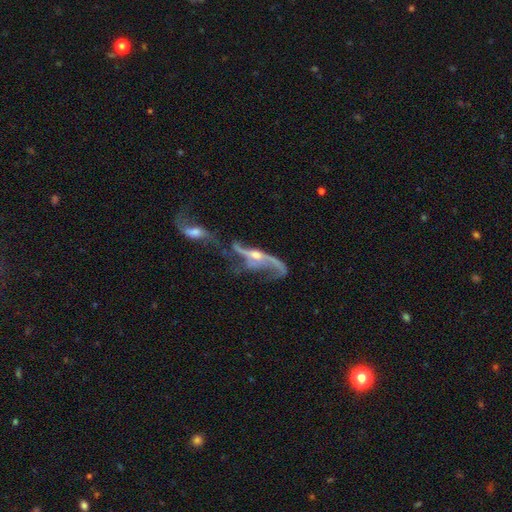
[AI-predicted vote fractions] This is clearly a featured or disk galaxy (81%). It is likely not viewed edge-on (79%). Bar: possibly no (55%). Spiral arm pattern: clearly yes (86%). Spiral arm count: likely 2 (68%). Spiral winding: likely loose (71%). Central bulge: possibly moderate (50%). Merging: possibly merger (56%).